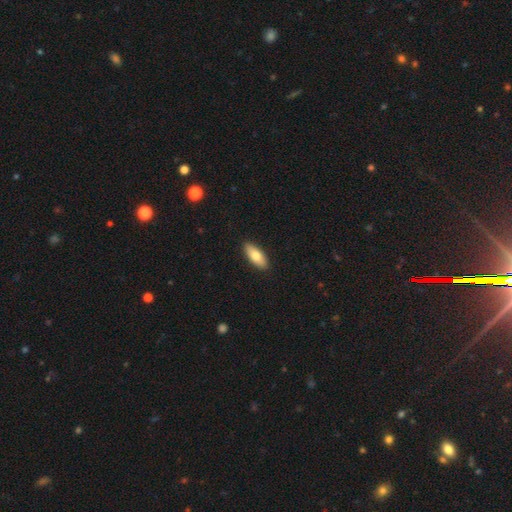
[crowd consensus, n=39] Morphology: type=smooth (69%); roundness=in between (89%); merging=none (92%).